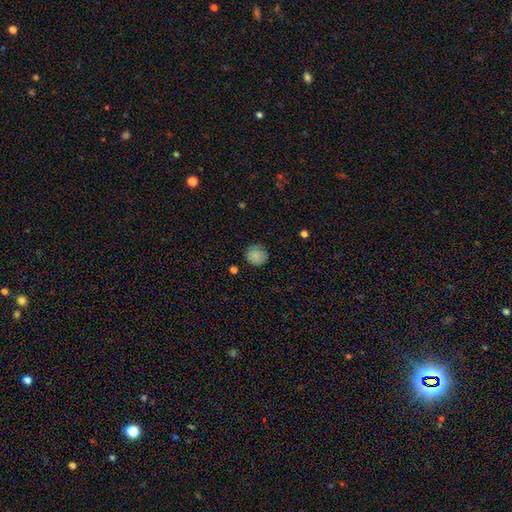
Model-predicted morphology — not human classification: A smooth galaxy with no disk features (81%) that is round (87%).

Vote fractions:
- Smooth or featured? smooth: 81% / star or artifact: 11% / featured or disk: 8%
- How rounded? round: 87% / in between: 12% / cigar-shaped: 1%
- Merging? none: 77% / minor disturbance: 17% / major disturbance: 4% / merger: 2%